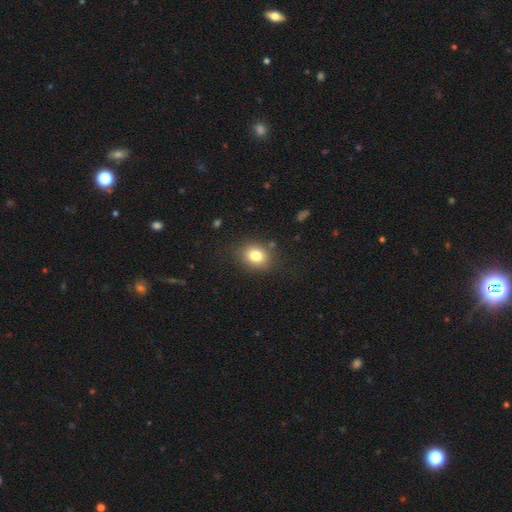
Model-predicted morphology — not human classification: Smooth or featured?
  - smooth: 80% *
  - star or artifact: 11%
  - featured or disk: 9%
How rounded?
  - in between: 52% *
  - round: 47%
  - cigar-shaped: 1%
Merging?
  - none: 83% *
  - minor disturbance: 11%
  - major disturbance: 4%
  - merger: 2%